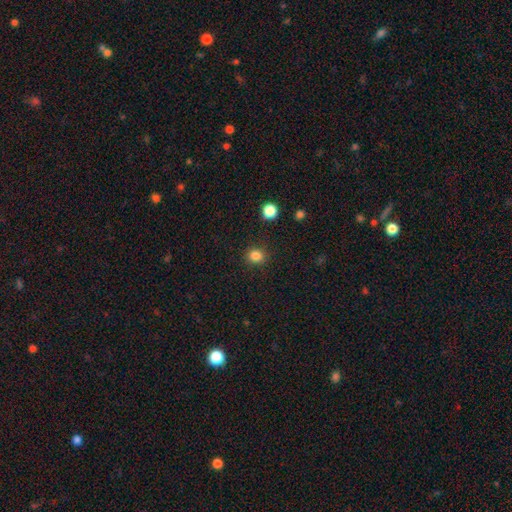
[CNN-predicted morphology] This is clearly a smooth galaxy (84%). How rounded: clearly round (81%). Merging: clearly none (89%).